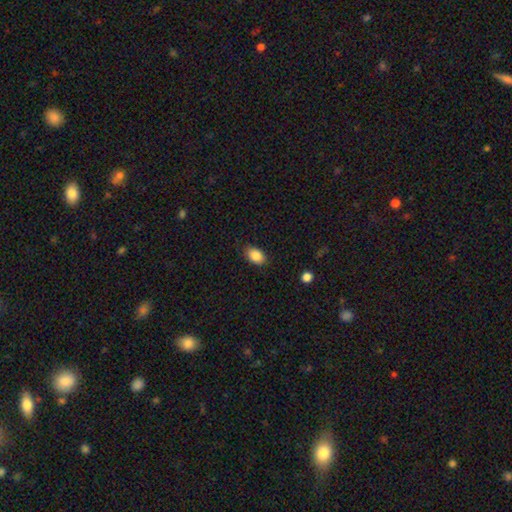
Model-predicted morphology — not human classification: This appears to be a smooth galaxy with no disk features (86%) that is in between round and cigar-shaped (86%). Merging: none (85%).